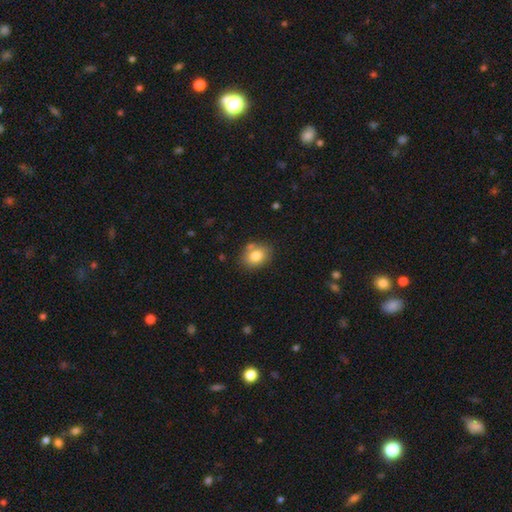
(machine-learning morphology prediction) This is clearly a smooth galaxy (80%). How rounded: likely in between (60%). Merging: likely none (71%).